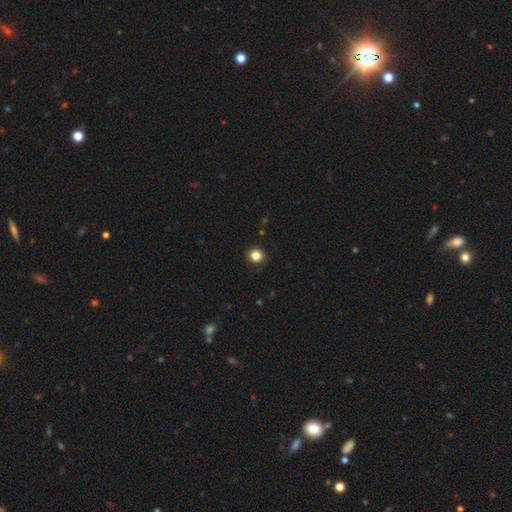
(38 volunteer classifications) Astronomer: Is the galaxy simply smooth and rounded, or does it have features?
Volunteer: smooth — 84%.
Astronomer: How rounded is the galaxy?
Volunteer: round — 97%.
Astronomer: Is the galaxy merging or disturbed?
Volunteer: none — 83%.